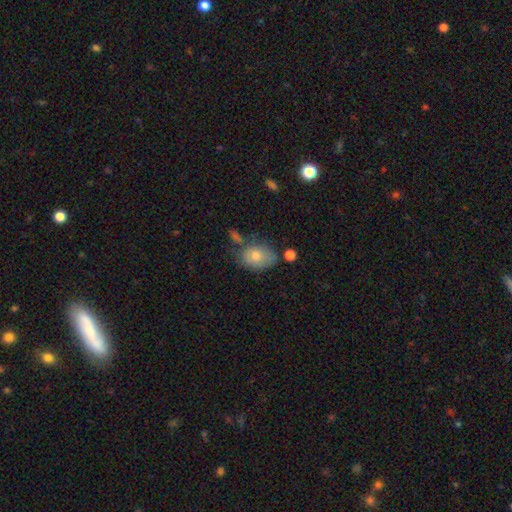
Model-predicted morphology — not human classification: Smooth or featured: smooth — 75% (featured or disk — 17%)
How rounded: in between — 74% (round — 25%)
Merging: none — 59% (minor disturbance — 24%)